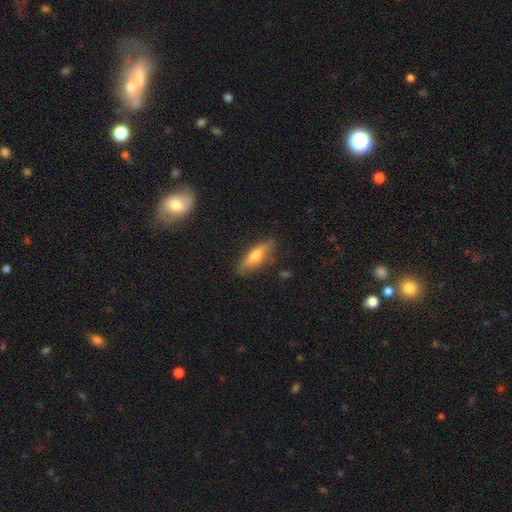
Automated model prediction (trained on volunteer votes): smooth-or-featured: smooth: 57% | featured or disk: 36% | star or artifact: 7%
  how-rounded: cigar-shaped: 55% | in between: 43% | round: 3%
  merging: none: 79% | minor disturbance: 16% | major disturbance: 3% | merger: 2%